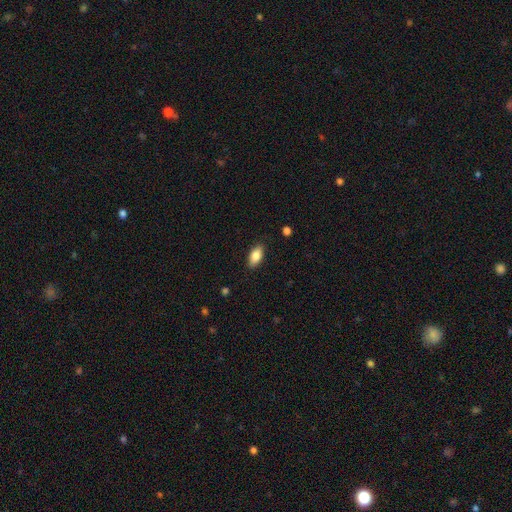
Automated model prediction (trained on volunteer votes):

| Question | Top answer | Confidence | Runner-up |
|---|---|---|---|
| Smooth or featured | smooth | 83% | featured or disk (10%) |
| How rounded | in between | 90% | cigar-shaped (7%) |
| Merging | none | 87% | minor disturbance (10%) |